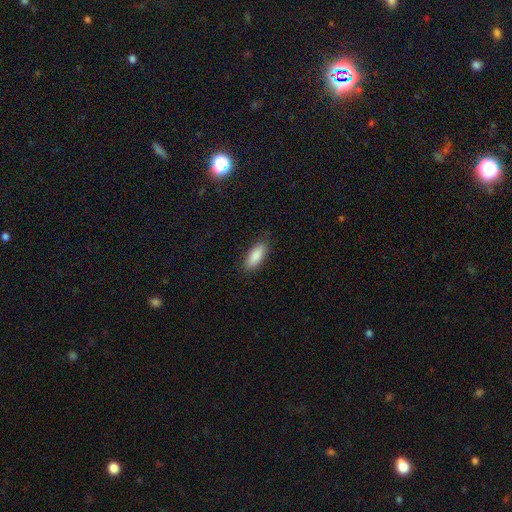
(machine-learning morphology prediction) Smooth or featured? Predicted: smooth (p=0.90). How rounded? Predicted: in between (p=0.83). Merging? Predicted: none (p=0.87).